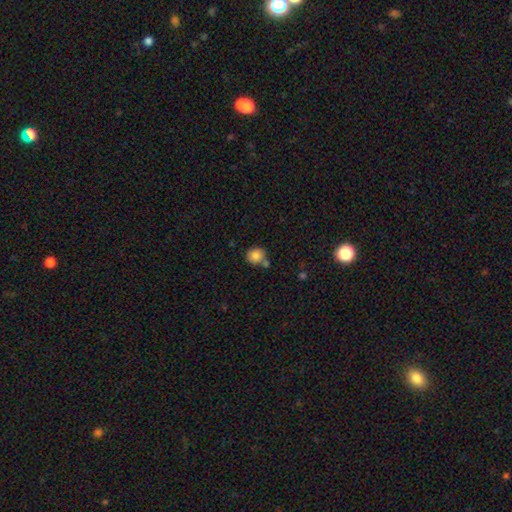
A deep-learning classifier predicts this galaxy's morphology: smooth_or_featured: smooth (p=0.84) [alt: star or artifact p=0.10]
how_rounded: round (p=0.86) [alt: in between p=0.13]
merging: none (p=0.64) [alt: merger p=0.20]